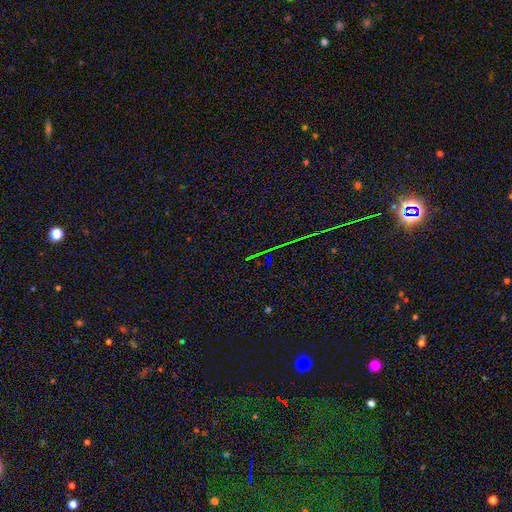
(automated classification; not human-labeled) star or artifact 79%, featured or disk 11%, smooth 10%.